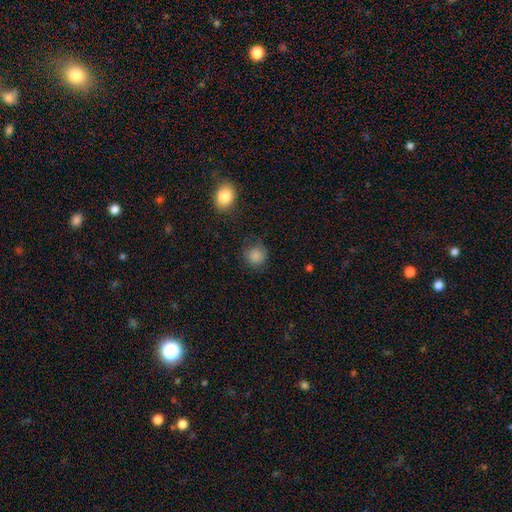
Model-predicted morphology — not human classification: type=smooth (85%); roundness=round (87%); merging=none (75%).